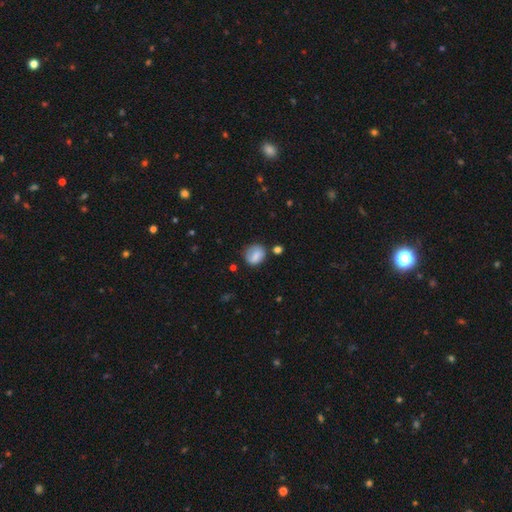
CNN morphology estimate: smooth 75%, featured or disk 16%, star or artifact 9%. Down the decision tree: how rounded — round (63%); merging — none (62%).